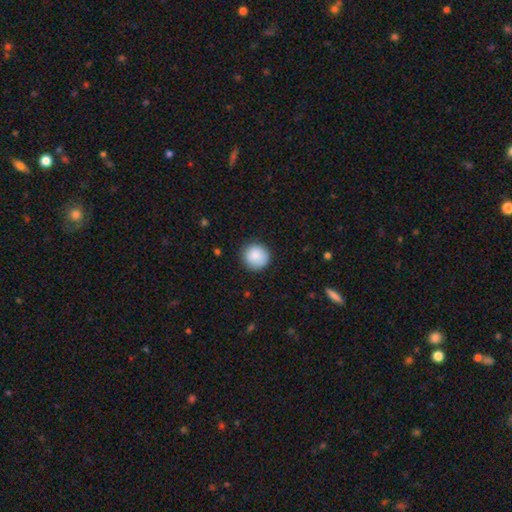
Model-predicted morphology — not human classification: Overall: smooth (87%). How rounded: round (95%). Merging: none (88%).